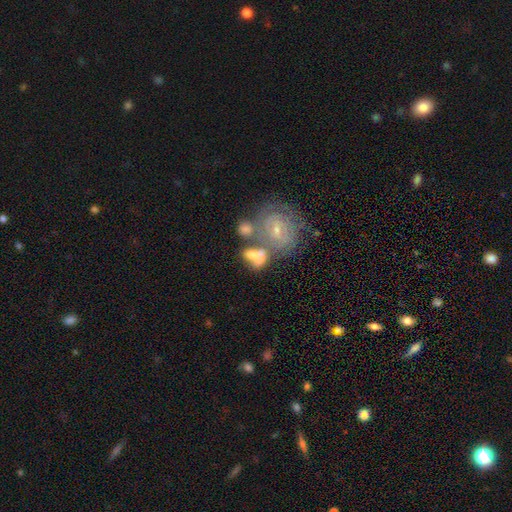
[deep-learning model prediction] A featured or disk galaxy (49%). Merging: merger (47%).